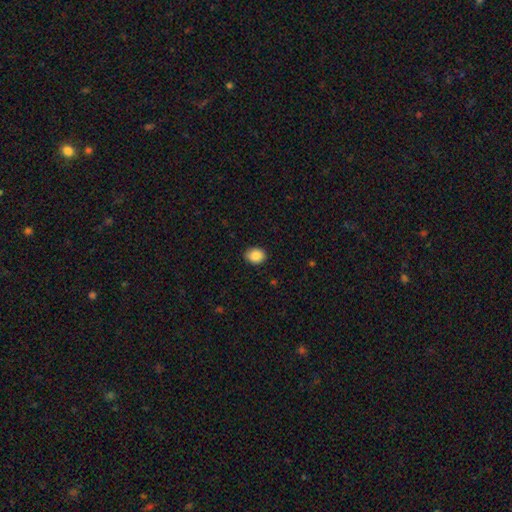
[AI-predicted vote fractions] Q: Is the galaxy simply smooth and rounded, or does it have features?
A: smooth — 88%.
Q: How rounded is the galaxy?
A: round — 54%.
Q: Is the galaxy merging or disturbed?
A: none — 88%.